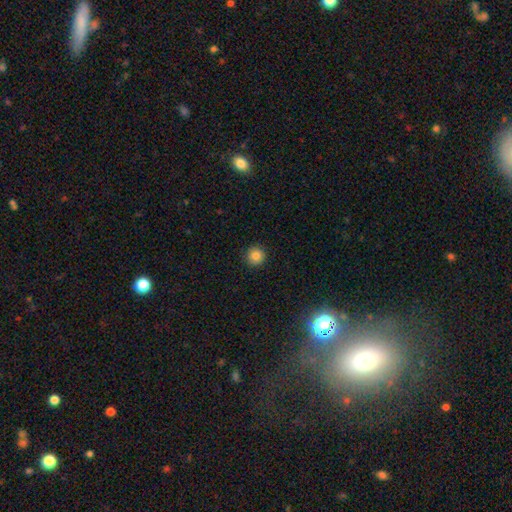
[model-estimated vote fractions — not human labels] A smooth galaxy with no disk features (84%) that is round (96%). Merging: none (93%).